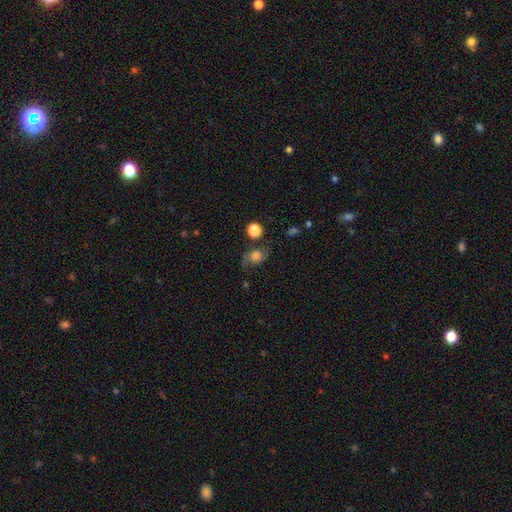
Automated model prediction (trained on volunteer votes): Q: Smooth or featured?
A: smooth (53%); runner-up: featured or disk (33%)
Q: How rounded?
A: round (57%); runner-up: in between (42%)
Q: Merging?
A: none (55%); runner-up: minor disturbance (23%)